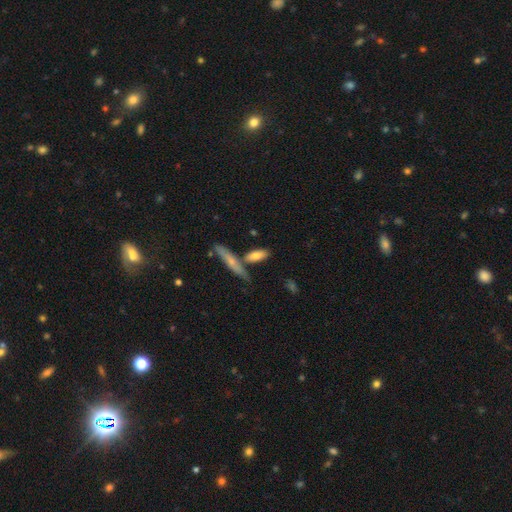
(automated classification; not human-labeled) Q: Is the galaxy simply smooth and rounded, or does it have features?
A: smooth — 74%.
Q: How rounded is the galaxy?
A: in between — 60%.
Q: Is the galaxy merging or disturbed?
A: none — 59%.